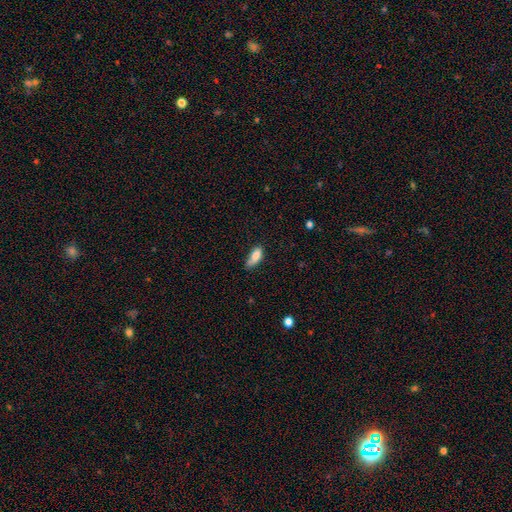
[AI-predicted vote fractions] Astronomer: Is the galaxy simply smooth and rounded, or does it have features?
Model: smooth — 82%.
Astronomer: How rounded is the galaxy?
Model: in between — 82%.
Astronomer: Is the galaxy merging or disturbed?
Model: none — 44% (runner-up: minor disturbance, 37%).